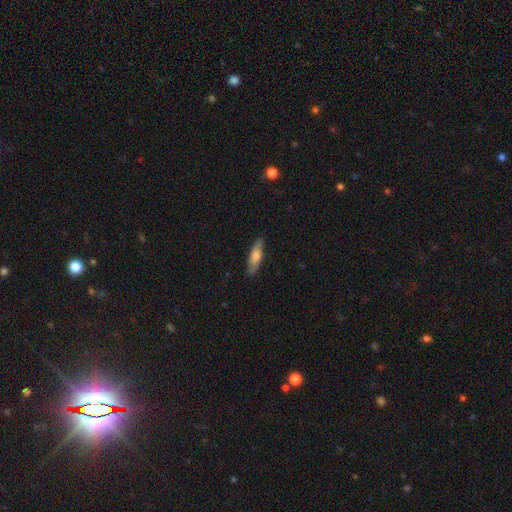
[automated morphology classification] smooth_or_featured: smooth (p=0.70) [alt: featured or disk p=0.25]
how_rounded: cigar-shaped (p=0.57) [alt: in between p=0.41]
merging: none (p=0.85) [alt: minor disturbance p=0.12]